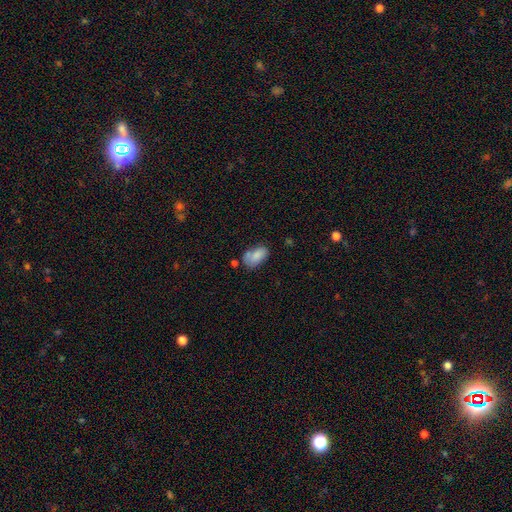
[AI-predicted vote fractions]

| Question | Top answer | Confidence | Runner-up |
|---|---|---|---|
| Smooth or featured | smooth | 80% | featured or disk (12%) |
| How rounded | in between | 92% | round (6%) |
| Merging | none | 51% | minor disturbance (26%) |